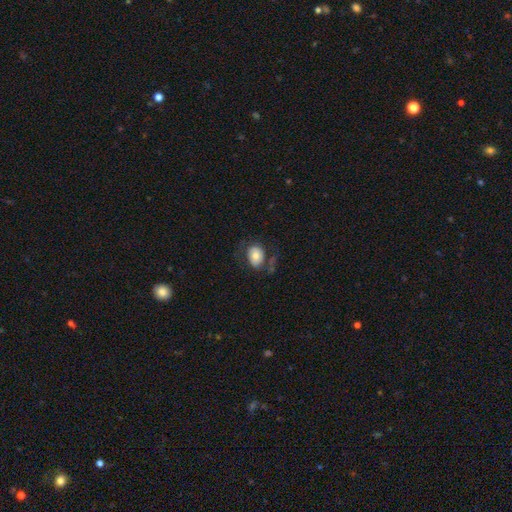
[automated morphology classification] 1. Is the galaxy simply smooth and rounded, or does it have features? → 69% smooth, 23% featured or disk, 8% star or artifact.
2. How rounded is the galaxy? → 73% in between, 26% round, 1% cigar-shaped.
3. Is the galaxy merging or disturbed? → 61% none, 18% minor disturbance, 15% major disturbance, 5% merger.